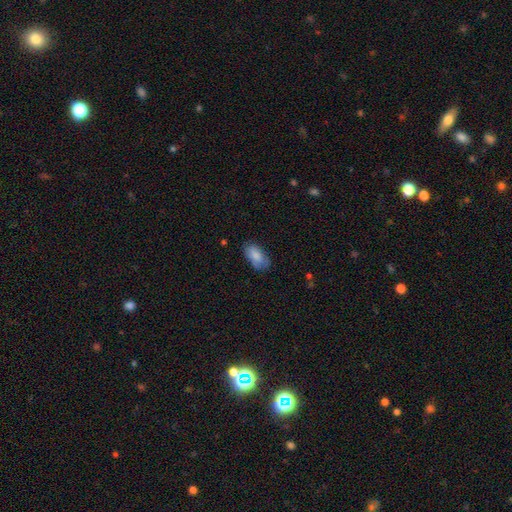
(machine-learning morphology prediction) type=smooth (79%); roundness=in between (93%); merging=none (70%).